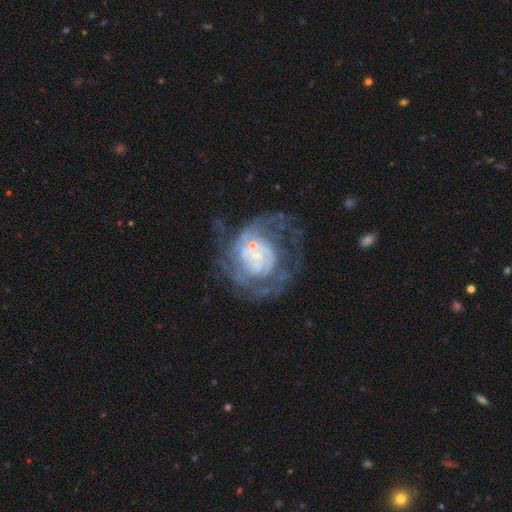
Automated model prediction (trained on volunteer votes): Smooth or featured? featured or disk (80%)
Edge-on disk? no (98%)
Bar? no (74%)
Spiral arms? yes (82%)
Spiral winding? tight (56%)
Spiral arm count? can't tell (43%)
Bulge size? small (66%)
Merging? none (47%)